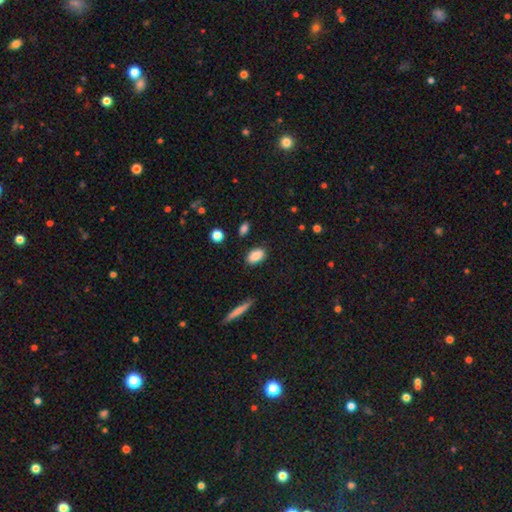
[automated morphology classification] Q: Smooth or featured?
A: smooth (87%); runner-up: star or artifact (8%)
Q: How rounded?
A: in between (89%); runner-up: round (7%)
Q: Merging?
A: none (83%); runner-up: minor disturbance (12%)